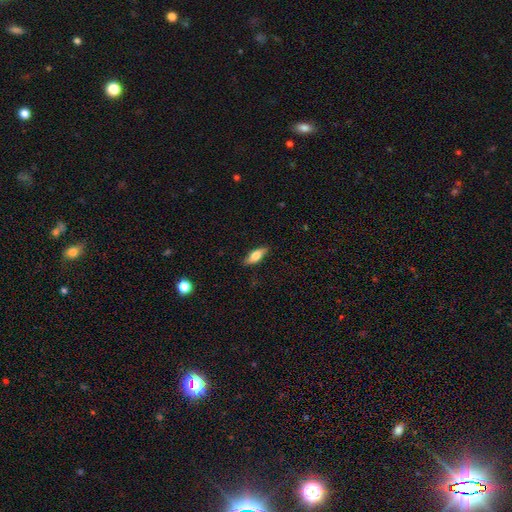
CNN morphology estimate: Smooth or featured: smooth — 66% (featured or disk — 28%)
How rounded: in between — 63% (cigar-shaped — 35%)
Merging: none — 84% (minor disturbance — 13%)